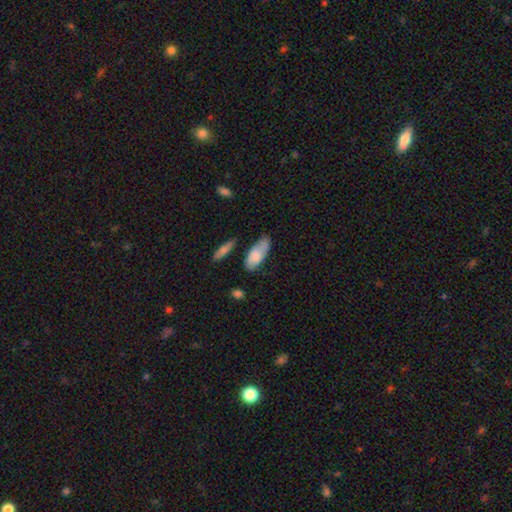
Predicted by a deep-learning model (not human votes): The model was most divided on "merging": none: 68%, minor disturbance: 23%, major disturbance: 5%, merger: 4%. More confident: how rounded — in between (83%); smooth or featured — smooth (76%).